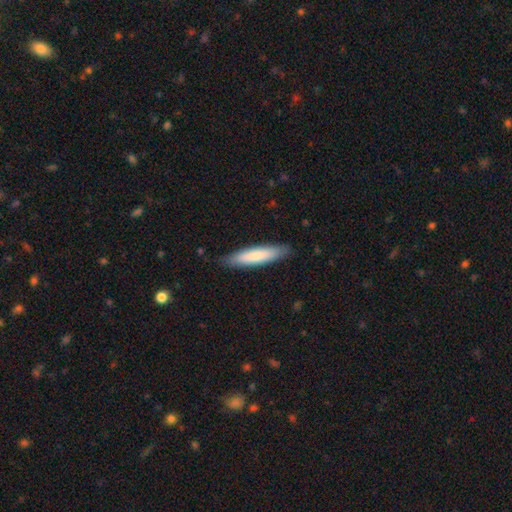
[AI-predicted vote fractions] Smooth or featured: smooth — 78% (featured or disk — 17%)
How rounded: cigar-shaped — 82% (in between — 17%)
Merging: none — 86% (minor disturbance — 11%)